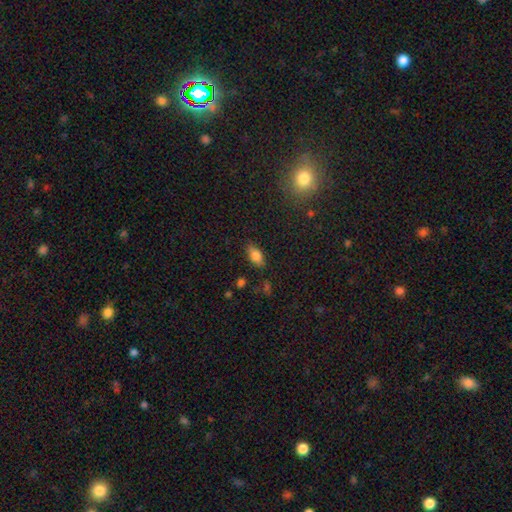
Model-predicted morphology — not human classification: Overall: smooth (77%). How rounded: in between (87%). Merging: none (80%).